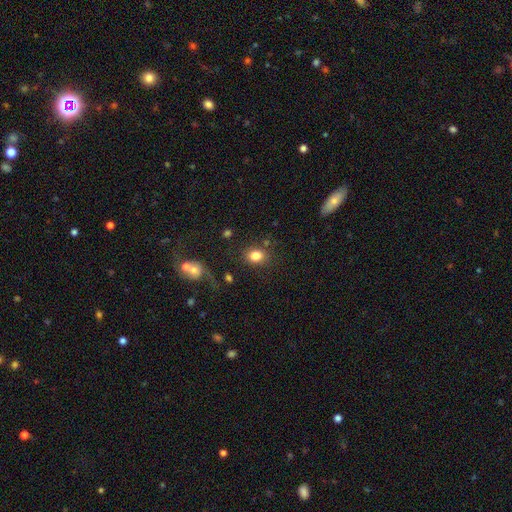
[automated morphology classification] This appears to be a smooth galaxy with no disk features (82%) that is in between round and cigar-shaped (50%). Merging: none (79%).